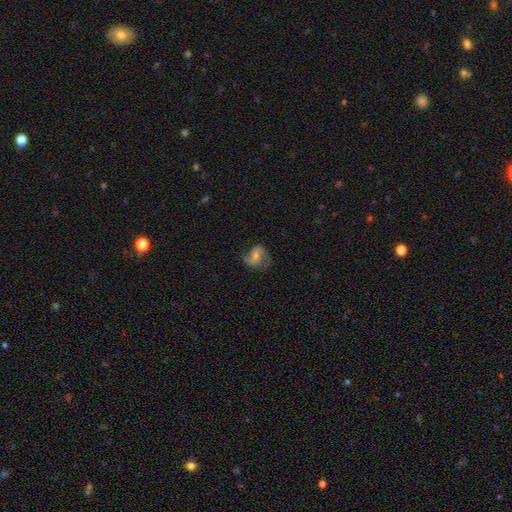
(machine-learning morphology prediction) This appears to be a featured or disk galaxy (66%) with no bar (46%), 2 (83%) medium (47%) spiral arms (90%) and a moderate central bulge (49%). Merging: none (68%).